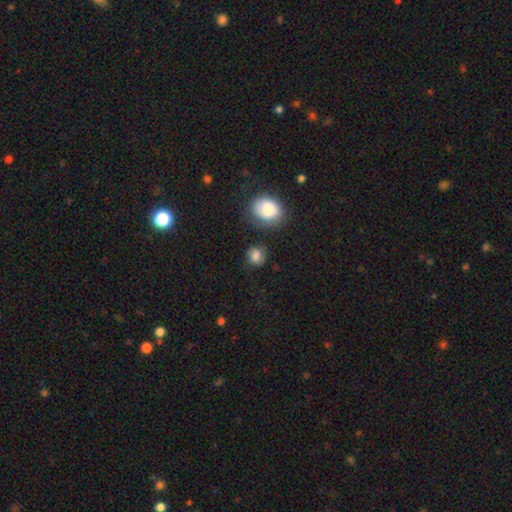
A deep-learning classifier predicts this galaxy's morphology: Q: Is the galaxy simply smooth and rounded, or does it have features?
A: smooth — 79%.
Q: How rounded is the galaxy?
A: round — 71%.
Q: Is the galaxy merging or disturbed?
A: none — 69%.